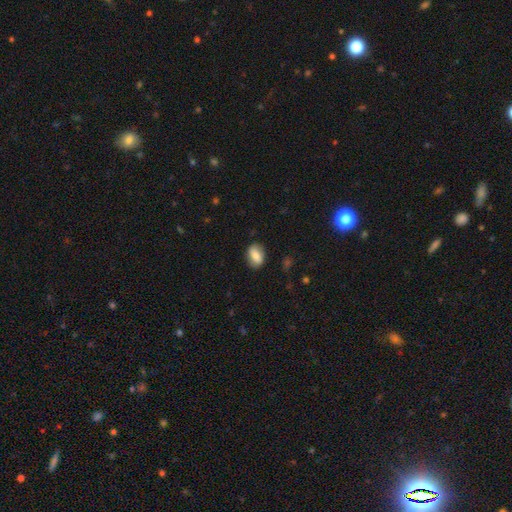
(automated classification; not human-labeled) A smooth galaxy with no disk features (78%) that is in between round and cigar-shaped (83%).

Vote fractions:
- Smooth or featured? smooth: 78% / featured or disk: 15% / star or artifact: 7%
- How rounded? in between: 83% / round: 14% / cigar-shaped: 2%
- Merging? none: 82% / minor disturbance: 14% / major disturbance: 3% / merger: 1%